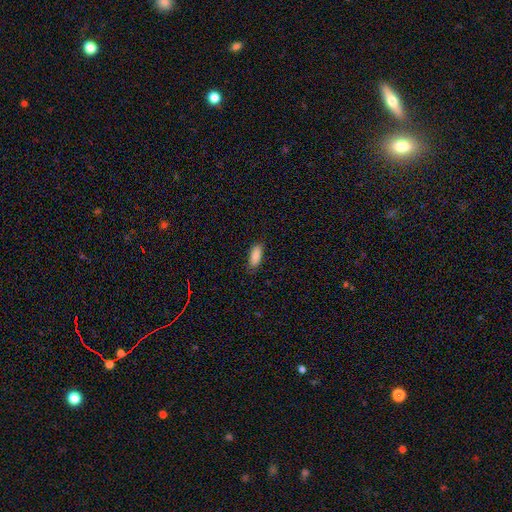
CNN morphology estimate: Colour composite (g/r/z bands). It shows a smooth galaxy with no disk features (89%) that is in between round and cigar-shaped (78%). Merging: none (83%).